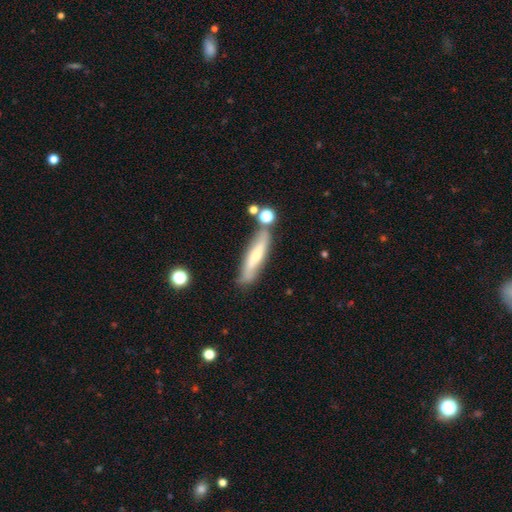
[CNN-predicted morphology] Smooth or featured?
  - smooth: 50% *
  - featured or disk: 43%
  - star or artifact: 7%
How rounded?
  - cigar-shaped: 78% *
  - in between: 20%
  - round: 2%
Merging?
  - none: 71% *
  - minor disturbance: 16%
  - merger: 9%
  - major disturbance: 4%